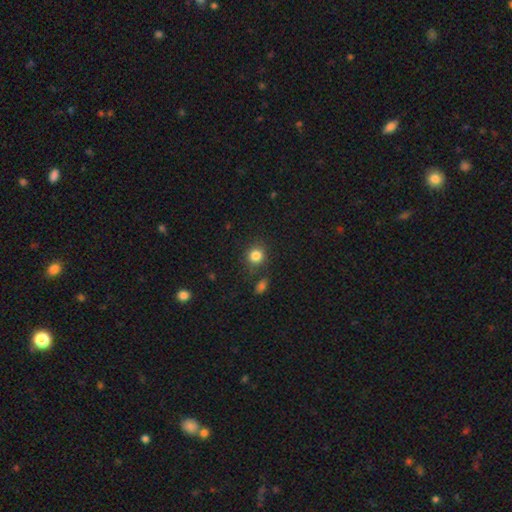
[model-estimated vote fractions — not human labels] Smooth or featured?
  - smooth: 83% *
  - star or artifact: 11%
  - featured or disk: 5%
How rounded?
  - round: 86% *
  - in between: 13%
  - cigar-shaped: 1%
Merging?
  - none: 82% *
  - minor disturbance: 9%
  - merger: 5%
  - major disturbance: 3%